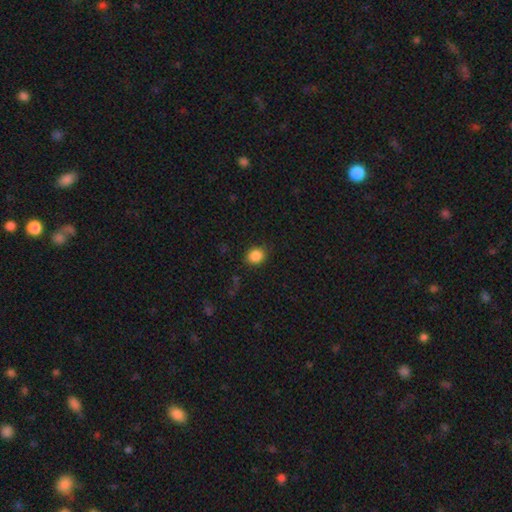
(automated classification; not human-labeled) smooth-or-featured: smooth: 86% | star or artifact: 10% | featured or disk: 4%
  how-rounded: round: 69% | in between: 30% | cigar-shaped: 1%
  merging: none: 85% | minor disturbance: 10% | major disturbance: 3% | merger: 1%